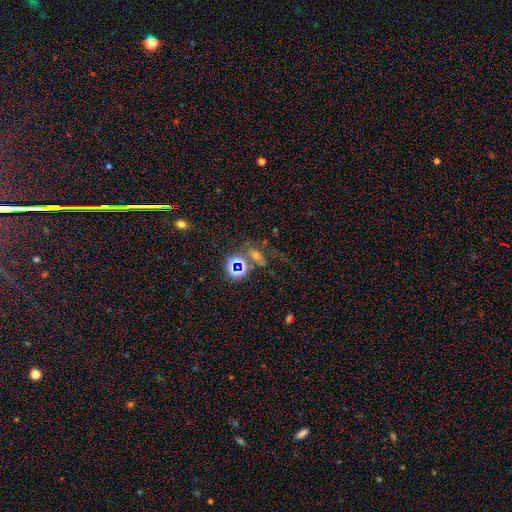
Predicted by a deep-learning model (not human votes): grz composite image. It shows a star or artifact, not a galaxy (48%).